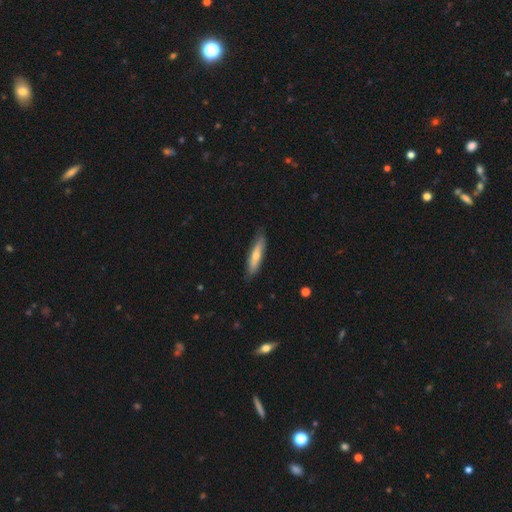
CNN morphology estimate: A smooth galaxy with no disk features (53%) that is cigar-shaped (80%). Merging: none (85%).